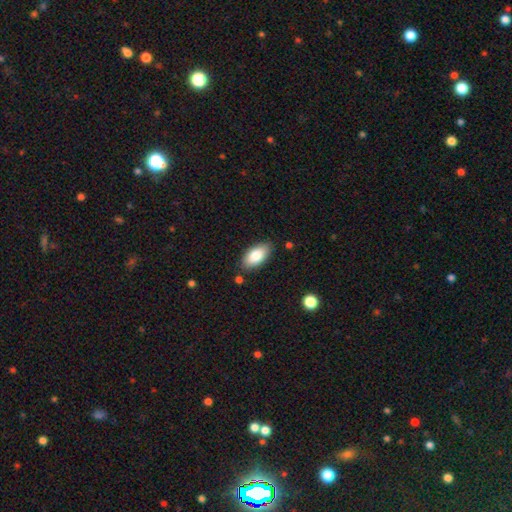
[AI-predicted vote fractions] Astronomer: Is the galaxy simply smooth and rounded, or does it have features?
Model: smooth — 82%.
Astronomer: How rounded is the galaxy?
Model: in between — 94%.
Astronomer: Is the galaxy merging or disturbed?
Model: none — 83%.